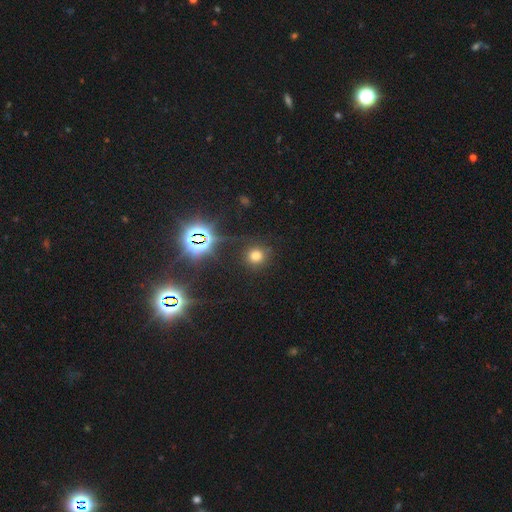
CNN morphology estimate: The model was most divided on "smooth or featured": smooth: 66%, star or artifact: 26%, featured or disk: 8%. More confident: how rounded — round (90%); merging — none (83%).